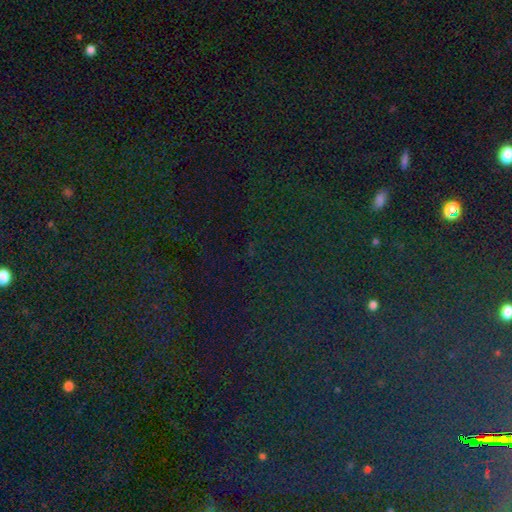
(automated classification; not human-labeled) smooth-or-featured: star or artifact: 81% | smooth: 11% | featured or disk: 8%